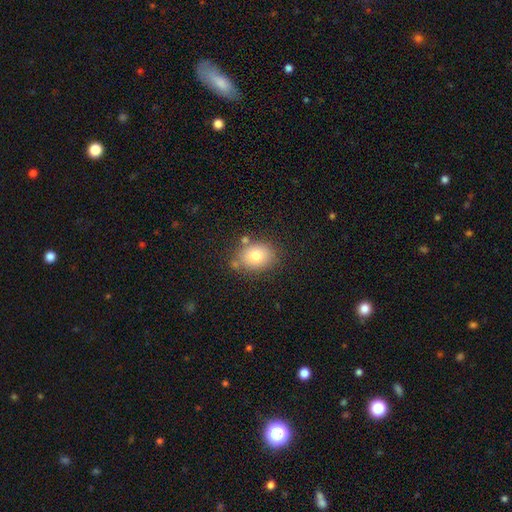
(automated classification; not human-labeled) This appears to be a smooth galaxy with no disk features (77%) that is in between round and cigar-shaped (56%). Merging: none (74%).